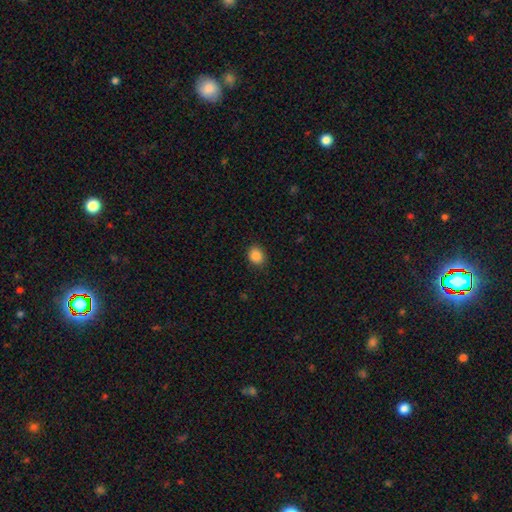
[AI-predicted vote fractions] Smooth or featured? Predicted: smooth (p=0.88). How rounded? Predicted: round (p=0.54). Merging? Predicted: none (p=0.89).